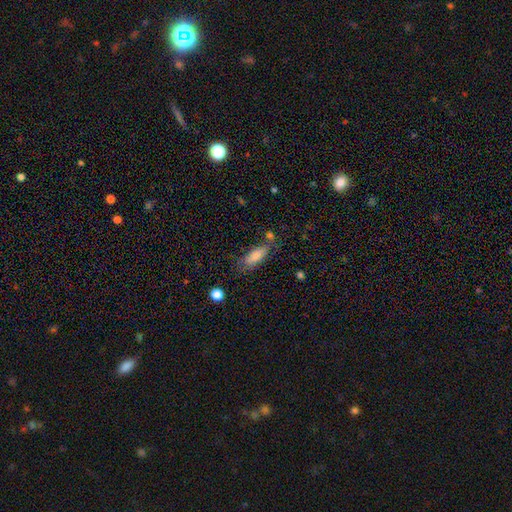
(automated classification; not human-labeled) A smooth galaxy with no disk features (77%) that is in between round and cigar-shaped (66%).

Vote fractions:
- Smooth or featured? smooth: 77% / featured or disk: 14% / star or artifact: 9%
- How rounded? in between: 66% / cigar-shaped: 32% / round: 3%
- Merging? none: 64% / minor disturbance: 21% / merger: 8% / major disturbance: 7%